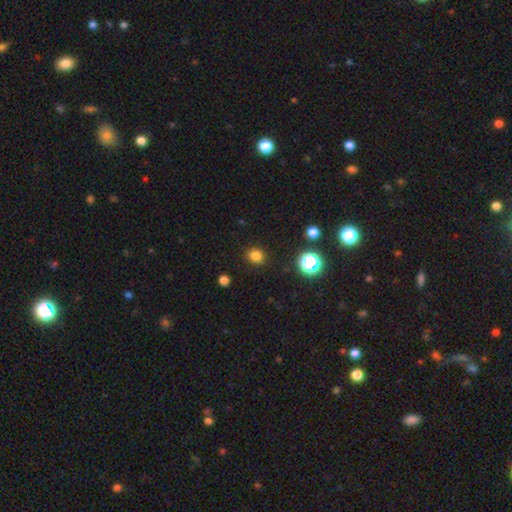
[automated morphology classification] smooth_or_featured: smooth (p=0.81) [alt: star or artifact p=0.15]
how_rounded: round (p=0.69) [alt: in between p=0.30]
merging: none (p=0.89) [alt: minor disturbance p=0.08]